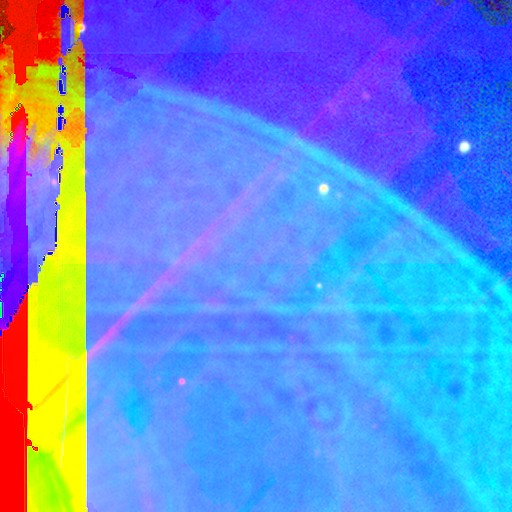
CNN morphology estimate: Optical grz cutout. It shows a star or artifact, not a galaxy (85%).